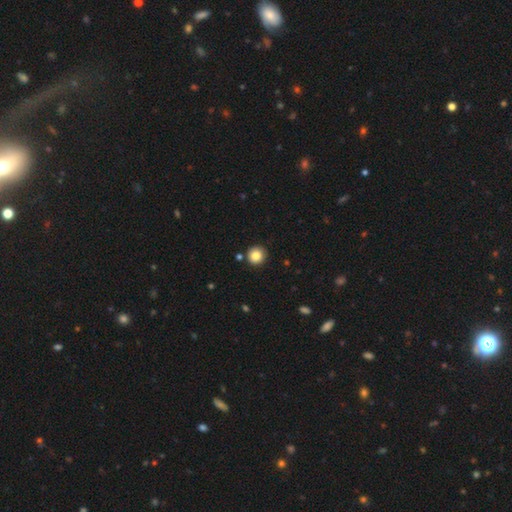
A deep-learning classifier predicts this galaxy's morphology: A smooth galaxy with no disk features (84%) that is round (94%).

Vote fractions:
- Smooth or featured? smooth: 84% / star or artifact: 10% / featured or disk: 6%
- How rounded? round: 94% / in between: 5% / cigar-shaped: 1%
- Merging? none: 89% / minor disturbance: 6% / merger: 3% / major disturbance: 2%